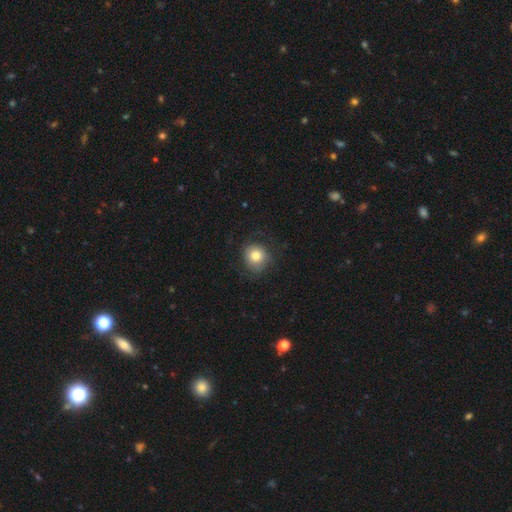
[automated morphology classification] Smooth or featured: smooth — 75% (featured or disk — 16%)
How rounded: round — 82% (in between — 17%)
Merging: none — 71% (minor disturbance — 17%)